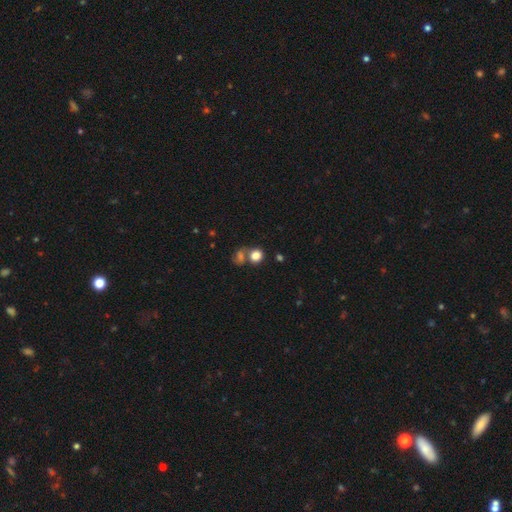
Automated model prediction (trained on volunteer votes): Smooth or featured? Predicted: smooth (p=0.80). How rounded? Predicted: round (p=0.75). Merging? Predicted: none (p=0.50).